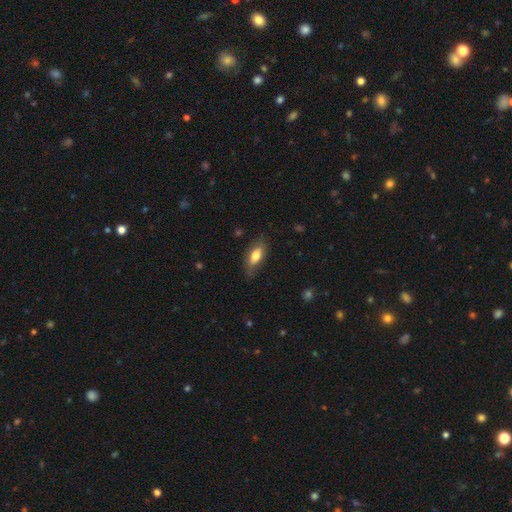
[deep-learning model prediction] A smooth galaxy with no disk features (72%) that is in between round and cigar-shaped (84%). Merging: none (75%).